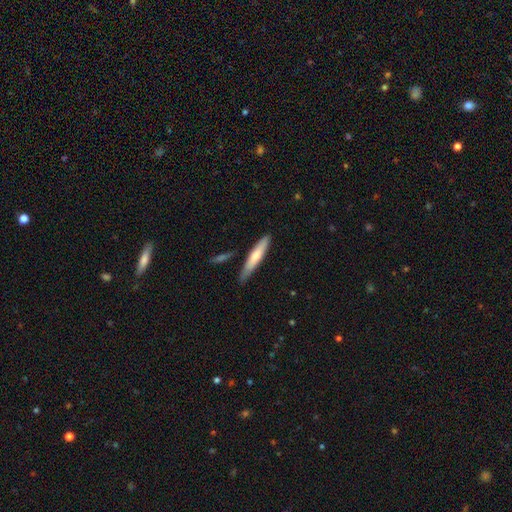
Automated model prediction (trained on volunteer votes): smooth_or_featured: smooth (p=0.65) [alt: featured or disk p=0.29]
how_rounded: cigar-shaped (p=0.88) [alt: in between p=0.10]
merging: none (p=0.78) [alt: minor disturbance p=0.16]